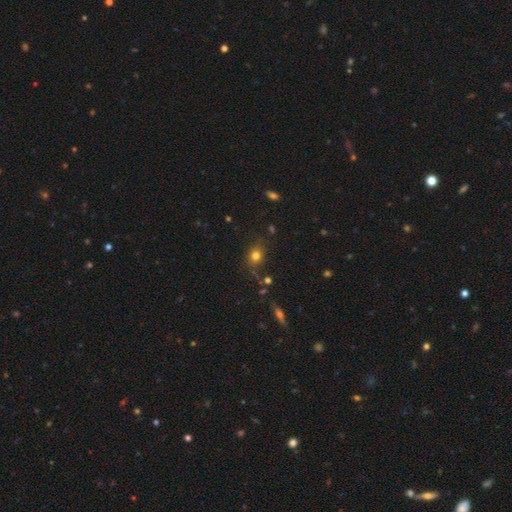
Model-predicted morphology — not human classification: Smooth or featured: smooth — 75% (star or artifact — 16%)
How rounded: round — 59% (in between — 40%)
Merging: none — 77% (minor disturbance — 14%)